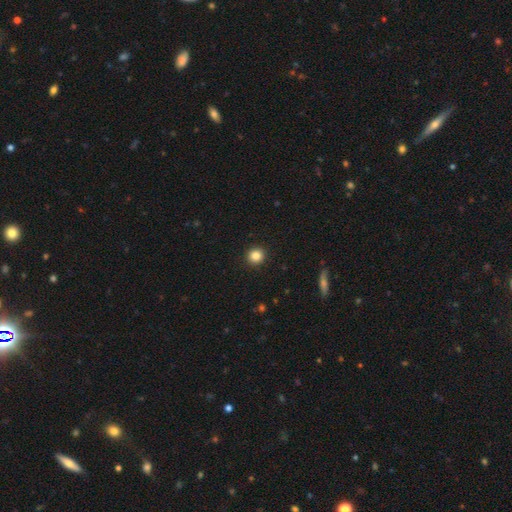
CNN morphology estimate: Smooth or featured?
  - smooth: 85% *
  - star or artifact: 11%
  - featured or disk: 5%
How rounded?
  - round: 93% *
  - in between: 6%
  - cigar-shaped: 1%
Merging?
  - none: 93% *
  - minor disturbance: 5%
  - major disturbance: 2%
  - merger: 1%